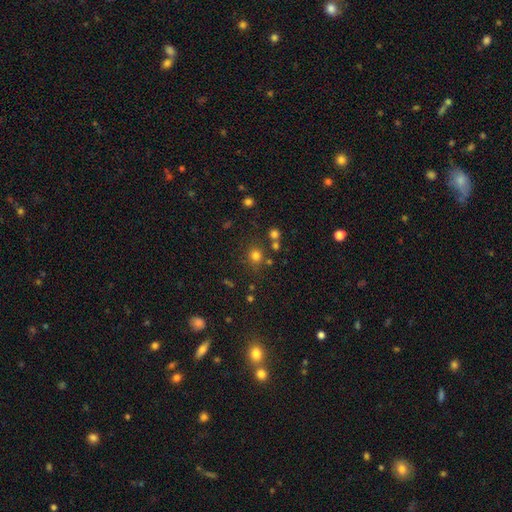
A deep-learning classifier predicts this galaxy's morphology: smooth_or_featured: smooth (p=0.75) [alt: star or artifact p=0.18]
how_rounded: round (p=0.87) [alt: in between p=0.12]
merging: none (p=0.76) [alt: merger p=0.10]